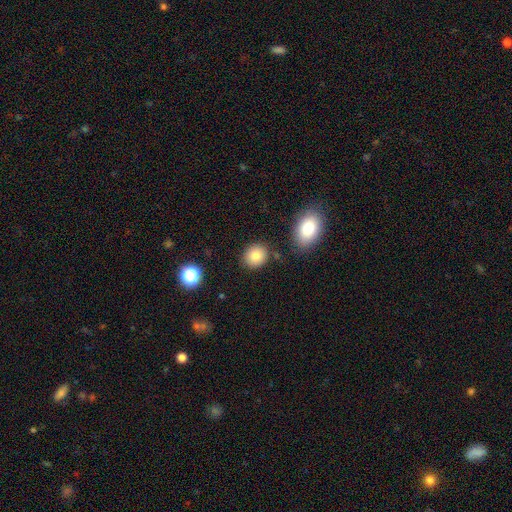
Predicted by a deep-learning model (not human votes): This is clearly a smooth galaxy (83%). How rounded: likely round (75%). Merging: clearly none (83%).